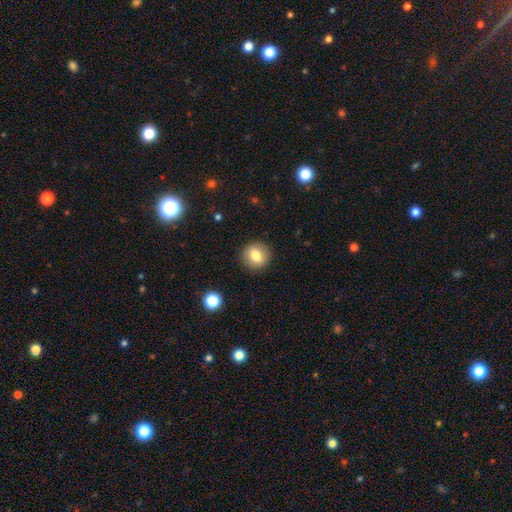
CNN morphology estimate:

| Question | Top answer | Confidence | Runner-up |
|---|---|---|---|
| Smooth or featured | smooth | 79% | featured or disk (11%) |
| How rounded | round | 90% | in between (9%) |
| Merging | none | 91% | minor disturbance (6%) |